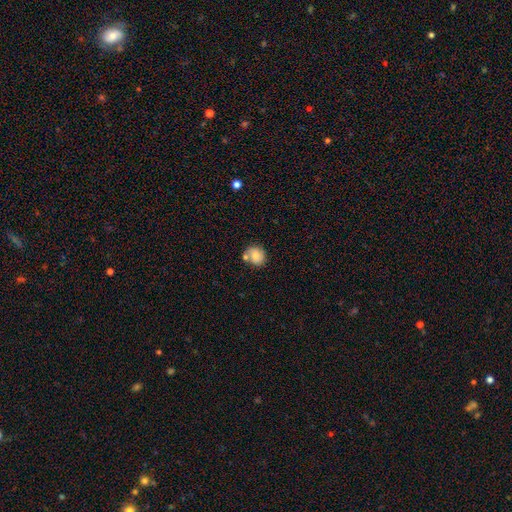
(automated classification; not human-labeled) This is likely a smooth galaxy (74%). How rounded: likely round (70%). Merging: possibly none (54%).